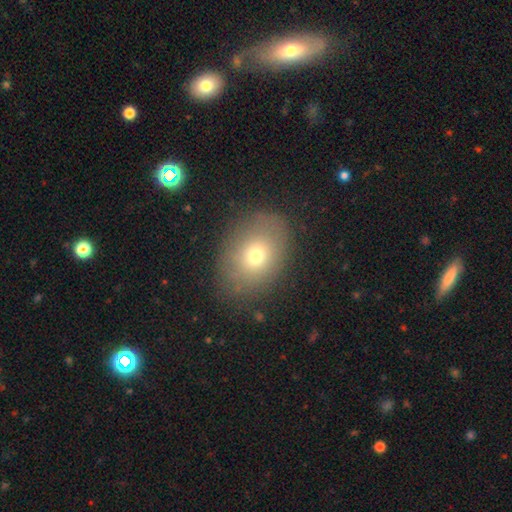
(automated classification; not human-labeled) Smooth or featured? smooth (70%)
How rounded? in between (63%)
Merging? none (81%)